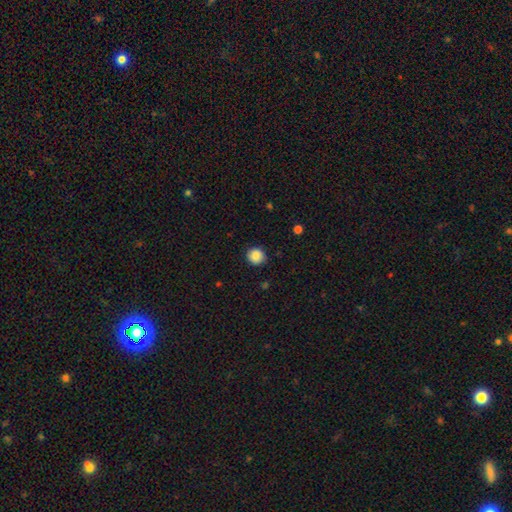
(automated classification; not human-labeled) smooth_or_featured: smooth (p=0.88) [alt: star or artifact p=0.09]
how_rounded: round (p=0.90) [alt: in between p=0.09]
merging: none (p=0.89) [alt: minor disturbance p=0.08]